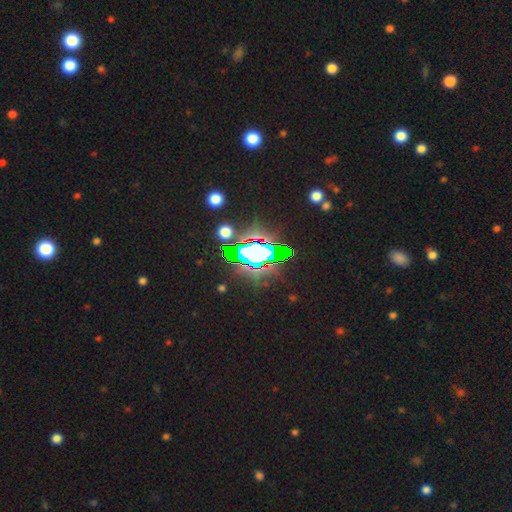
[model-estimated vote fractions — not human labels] Smooth or featured? Predicted: star or artifact (p=0.69).